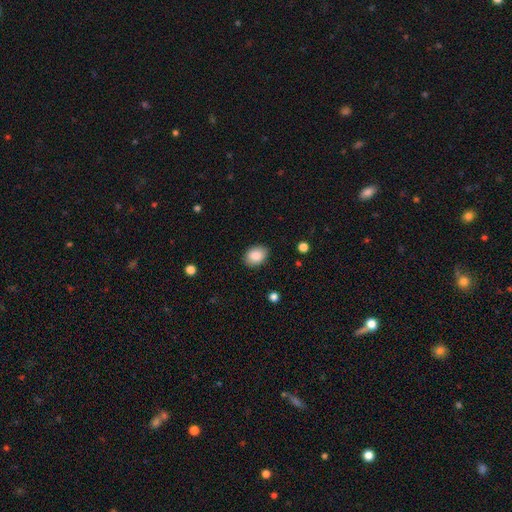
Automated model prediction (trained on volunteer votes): A smooth galaxy with no disk features (87%) that is in between round and cigar-shaped (73%). Merging: none (87%).